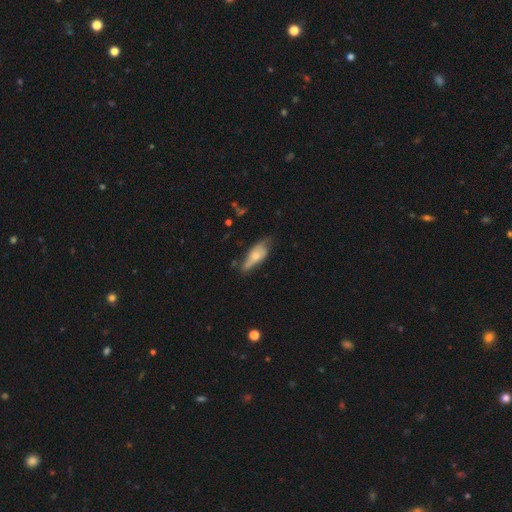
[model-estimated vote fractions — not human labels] A smooth galaxy with no disk features (57%) that is in between round and cigar-shaped (70%). Merging: none (47%).